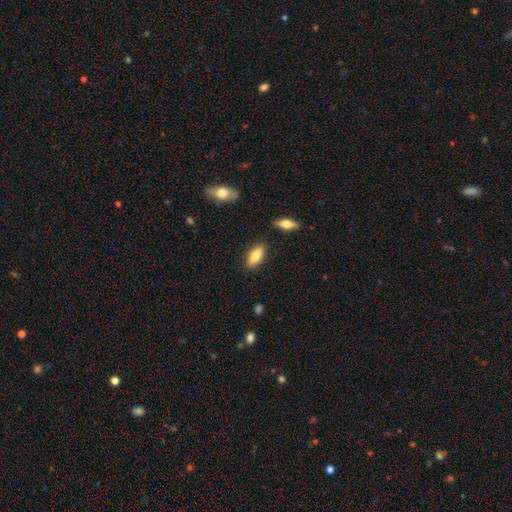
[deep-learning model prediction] This is likely a smooth galaxy (75%). How rounded: likely in between (79%). Merging: clearly none (85%).